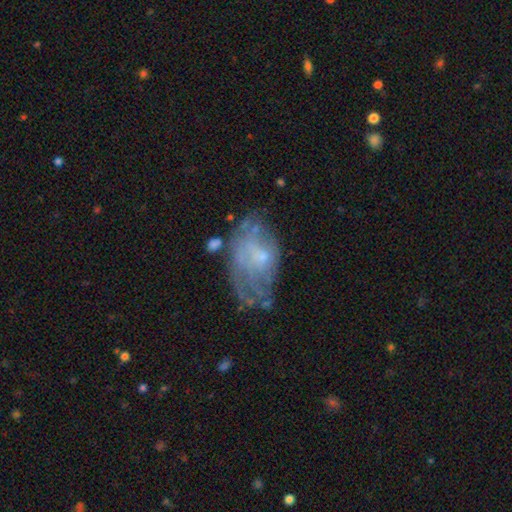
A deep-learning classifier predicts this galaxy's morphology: Q: Smooth or featured?
A: featured or disk (58%); runner-up: smooth (32%)
Q: Edge-on disk?
A: no (96%); runner-up: yes (4%)
Q: Bar?
A: no (79%); runner-up: weak (18%)
Q: Spiral arms?
A: no (59%); runner-up: yes (41%)
Q: Bulge size?
A: small (60%); runner-up: moderate (19%)
Q: Merging?
A: none (42%); runner-up: minor disturbance (28%)